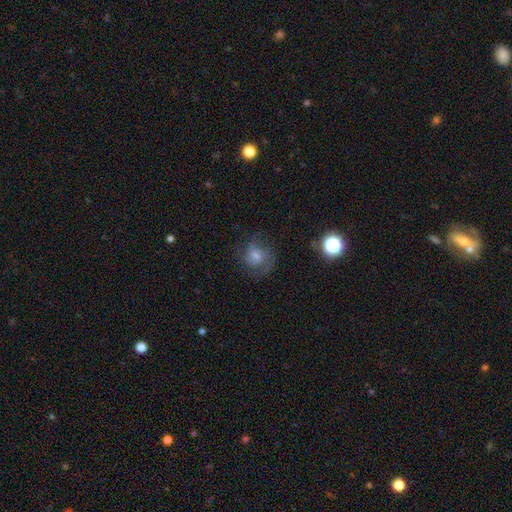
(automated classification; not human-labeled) Smooth or featured: featured or disk — 53% (smooth — 30%)
Edge-on disk: no — 97% (yes — 3%)
Bar: no — 60% (weak — 34%)
Spiral arms: yes — 88% (no — 12%)
Bulge size: moderate — 44% (small — 39%)
Merging: none — 70% (minor disturbance — 17%)